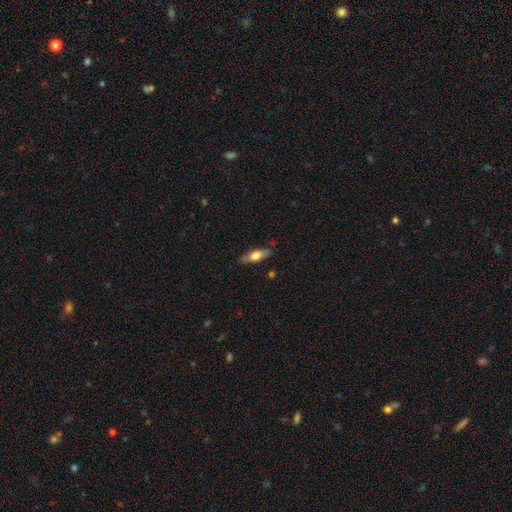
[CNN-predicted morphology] Smooth or featured? smooth (66%)
How rounded? in between (60%)
Merging? none (81%)